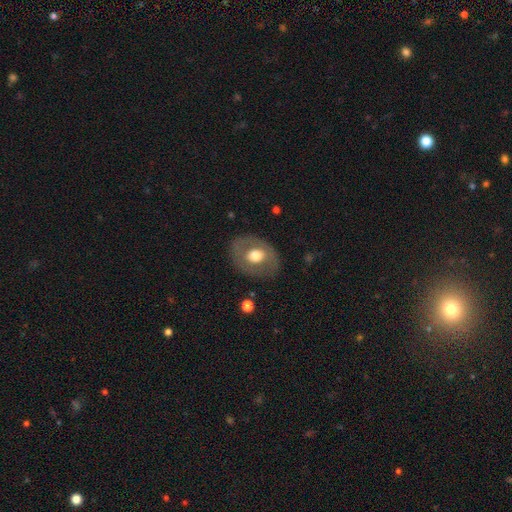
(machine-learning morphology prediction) Smooth or featured? Predicted: smooth (p=0.52). How rounded? Predicted: in between (p=0.61). Merging? Predicted: none (p=0.79).